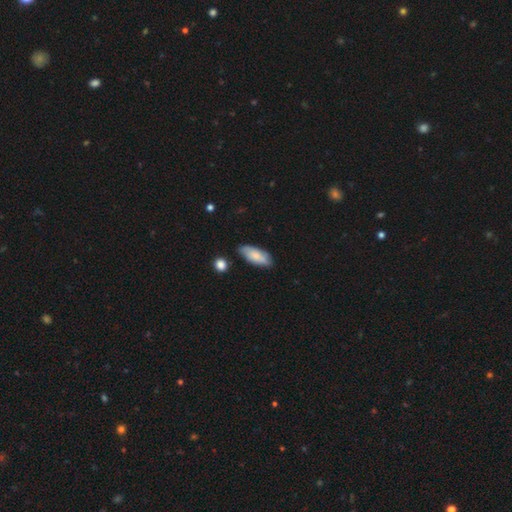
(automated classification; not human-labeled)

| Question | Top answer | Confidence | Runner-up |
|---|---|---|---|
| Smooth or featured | smooth | 72% | featured or disk (22%) |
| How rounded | in between | 83% | cigar-shaped (15%) |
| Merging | none | 75% | minor disturbance (19%) |